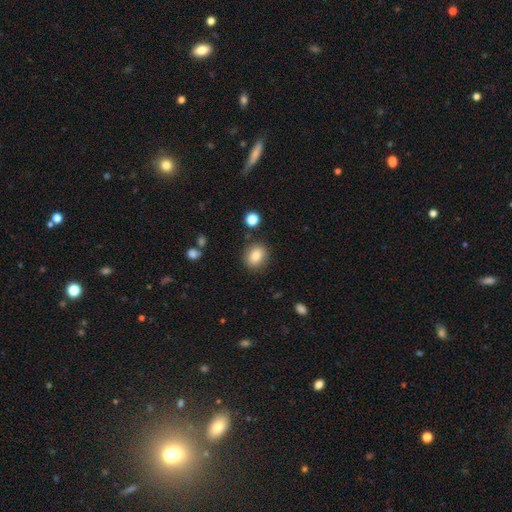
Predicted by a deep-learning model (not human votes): Smooth or featured? Predicted: smooth (p=0.82). How rounded? Predicted: round (p=0.60). Merging? Predicted: none (p=0.85).